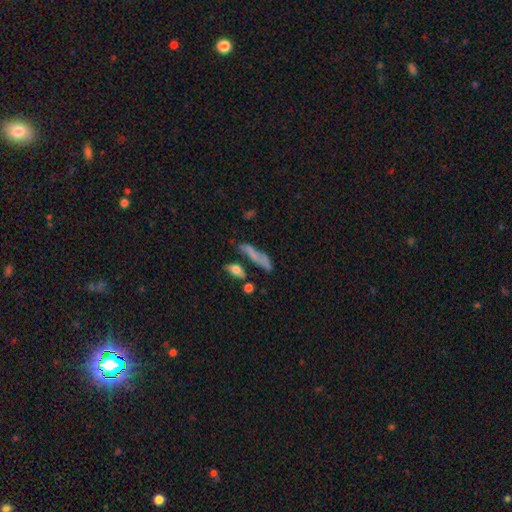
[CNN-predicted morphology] The model was most divided on "smooth or featured": smooth: 60%, featured or disk: 28%, star or artifact: 12%. More confident: how rounded — cigar-shaped (72%); merging — none (54%).